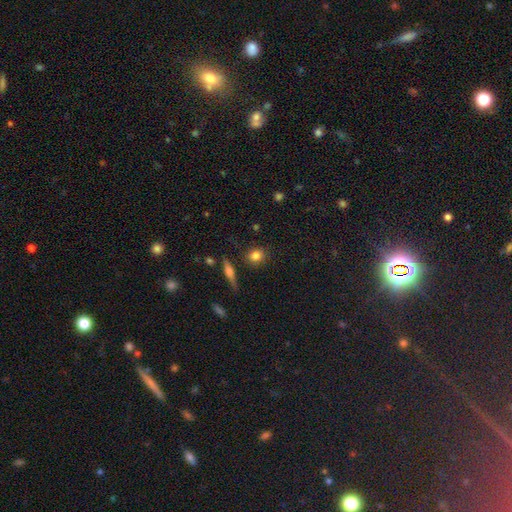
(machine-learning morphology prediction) A smooth galaxy with no disk features (82%) that is round (70%). Merging: none (85%).